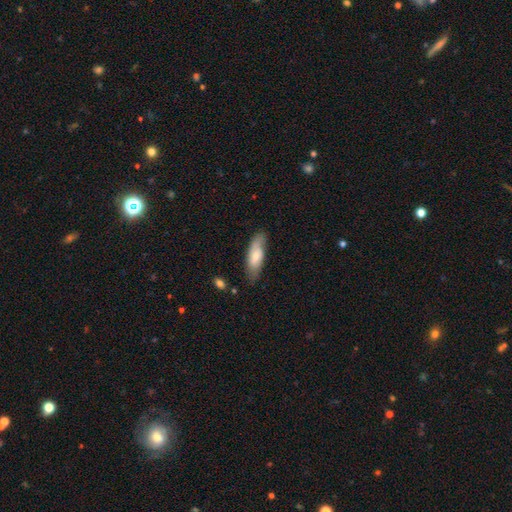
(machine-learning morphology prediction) Smooth or featured? smooth (60%)
How rounded? in between (62%)
Merging? none (71%)